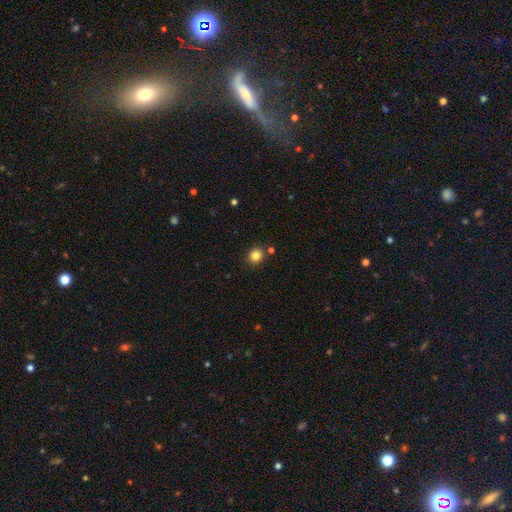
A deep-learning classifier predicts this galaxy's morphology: Q: Smooth or featured?
A: smooth (83%); runner-up: star or artifact (12%)
Q: How rounded?
A: round (80%); runner-up: in between (19%)
Q: Merging?
A: none (86%); runner-up: minor disturbance (8%)